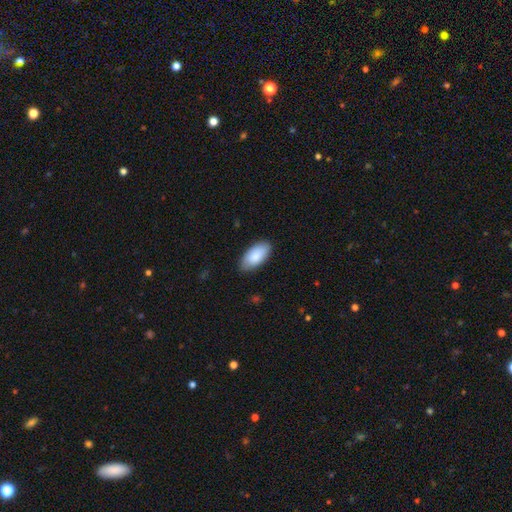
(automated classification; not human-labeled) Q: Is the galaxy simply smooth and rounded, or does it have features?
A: smooth — 88%.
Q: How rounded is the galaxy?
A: in between — 95%.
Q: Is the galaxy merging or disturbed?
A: none — 85%.